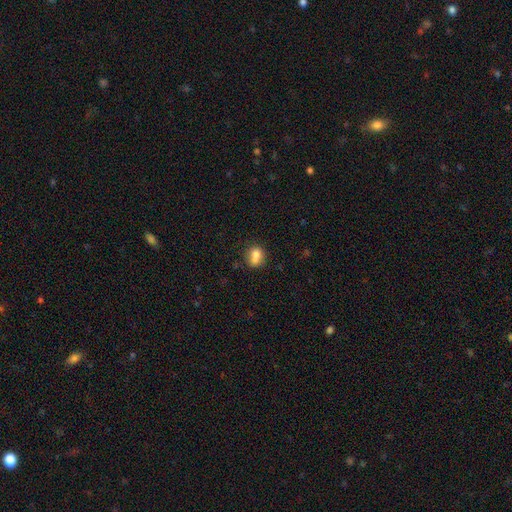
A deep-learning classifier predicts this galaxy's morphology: A smooth galaxy with no disk features (76%) that is round (54%).

Vote fractions:
- Smooth or featured? smooth: 76% / featured or disk: 14% / star or artifact: 10%
- How rounded? round: 54% / in between: 44% / cigar-shaped: 2%
- Merging? none: 45% / merger: 33% / minor disturbance: 16% / major disturbance: 6%